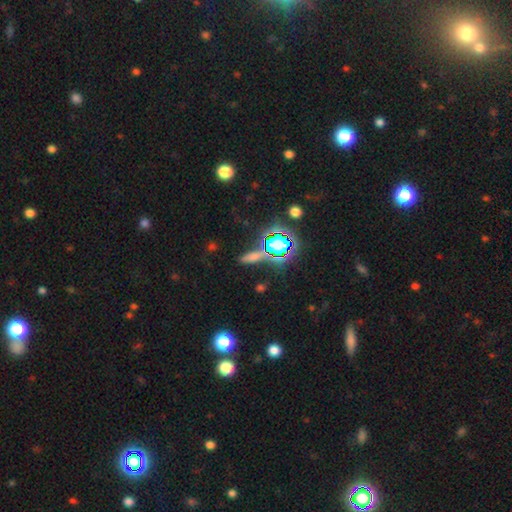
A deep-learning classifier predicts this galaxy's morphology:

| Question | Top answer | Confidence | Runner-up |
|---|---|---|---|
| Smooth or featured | star or artifact | 53% | smooth (31%) |